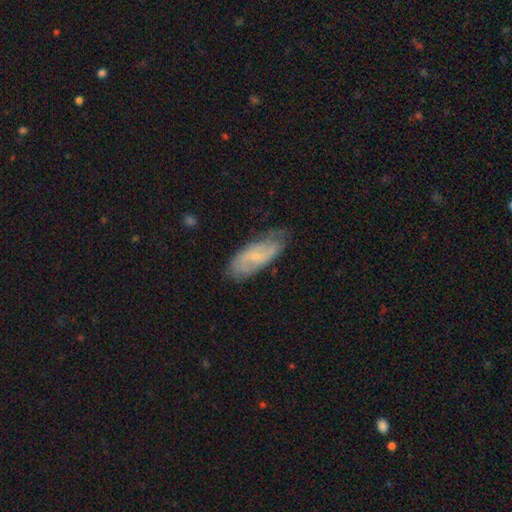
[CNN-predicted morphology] This appears to be a featured or disk galaxy (55%). Merging: none (68%).